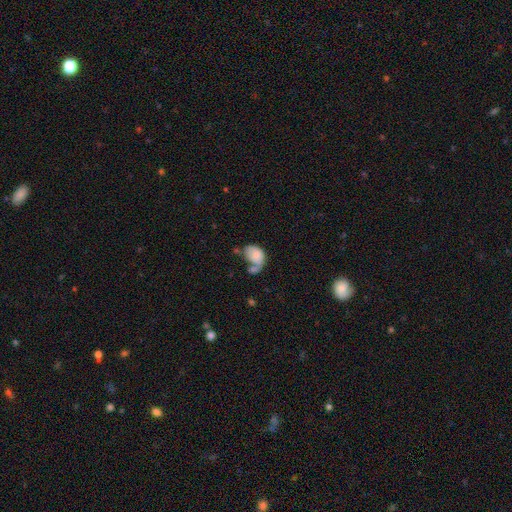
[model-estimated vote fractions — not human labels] This appears to be a smooth galaxy with no disk features (76%) that is in between round and cigar-shaped (80%). Merging: merger (40%).